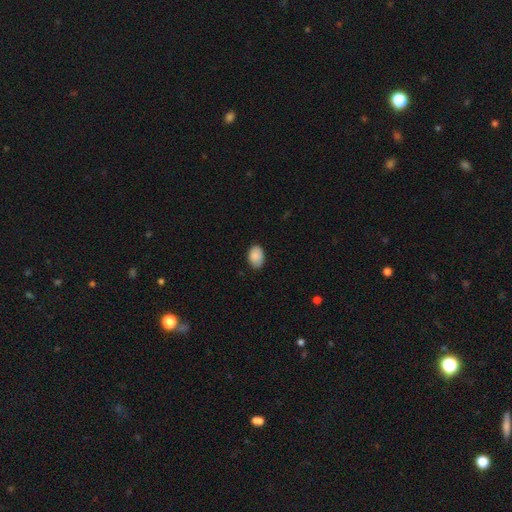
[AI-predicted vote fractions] Smooth or featured: smooth — 89% (star or artifact — 7%)
How rounded: in between — 84% (round — 15%)
Merging: none — 79% (minor disturbance — 17%)